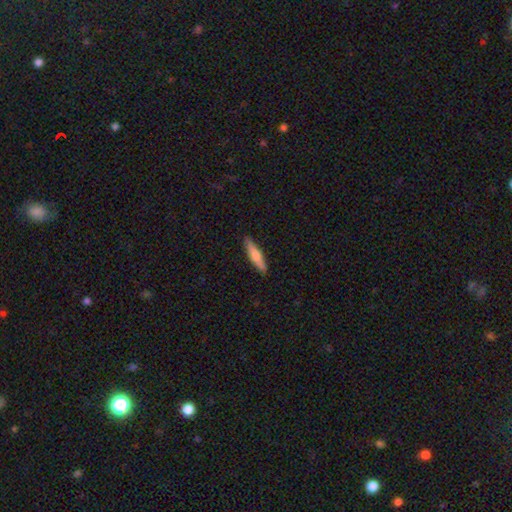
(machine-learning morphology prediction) This is likely a smooth galaxy (67%). How rounded: clearly cigar-shaped (85%). Merging: clearly none (90%).